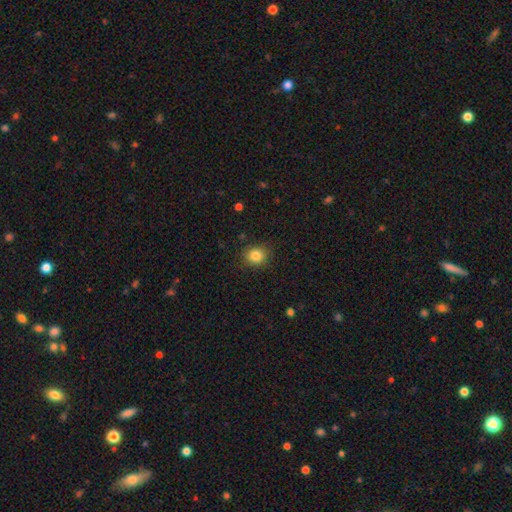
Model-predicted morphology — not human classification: The model was most divided on "how rounded": round: 76%, in between: 23%, cigar-shaped: 1%. More confident: merging — none (86%); smooth or featured — smooth (84%).